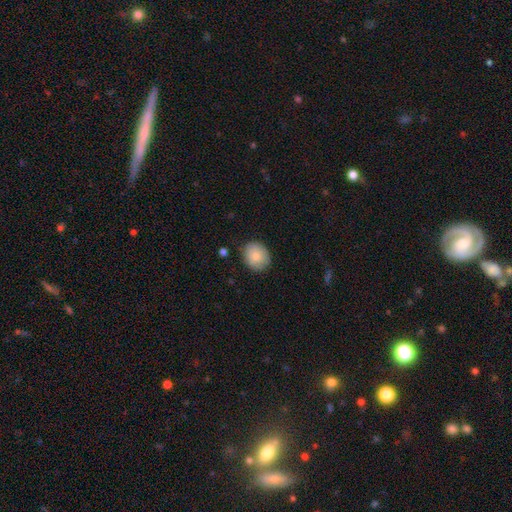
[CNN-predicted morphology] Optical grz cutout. It shows a smooth galaxy with no disk features (83%) that is round (59%). Merging: none (83%).